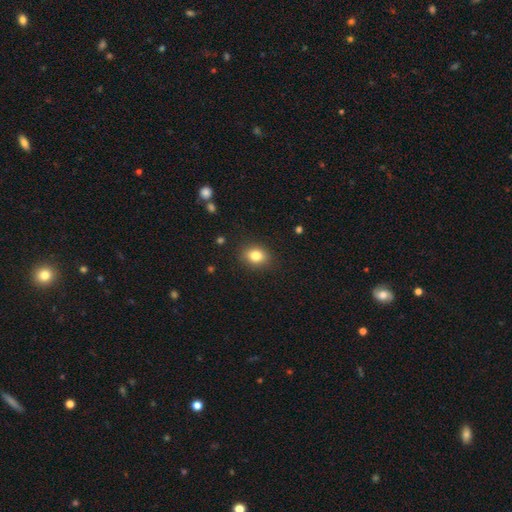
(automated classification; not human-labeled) Smooth or featured? smooth (83%)
How rounded? in between (55%)
Merging? none (87%)